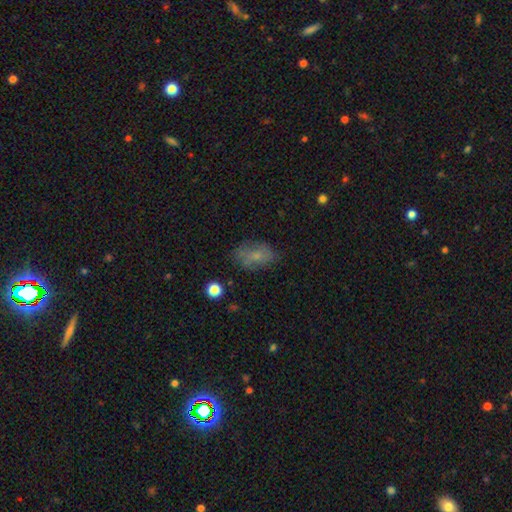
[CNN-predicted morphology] Smooth or featured? smooth (65%)
How rounded? in between (86%)
Merging? none (64%)